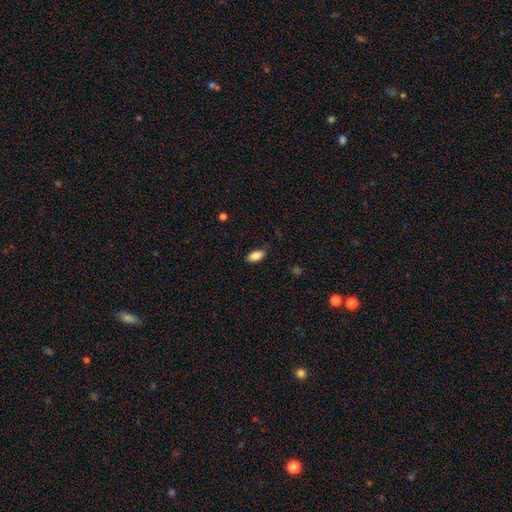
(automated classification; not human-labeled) Morphology: type=smooth (85%); roundness=in between (91%); merging=none (81%).